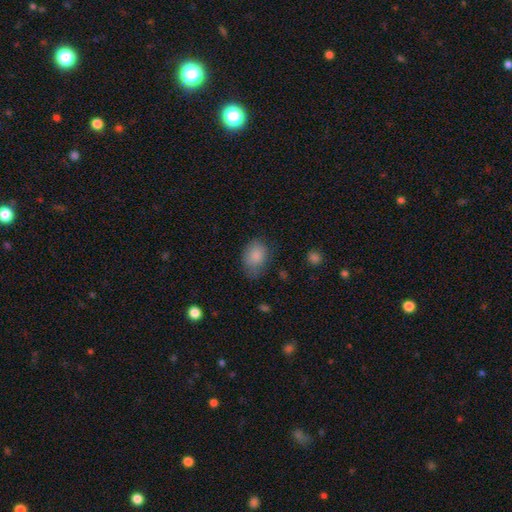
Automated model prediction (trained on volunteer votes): A smooth galaxy with no disk features (84%) that is in between round and cigar-shaped (73%).

Vote fractions:
- Smooth or featured? smooth: 84% / featured or disk: 8% / star or artifact: 8%
- How rounded? in between: 73% / round: 26% / cigar-shaped: 1%
- Merging? none: 60% / minor disturbance: 29% / major disturbance: 9% / merger: 2%